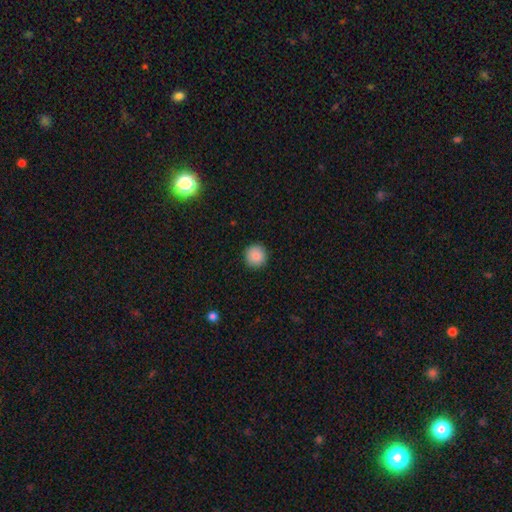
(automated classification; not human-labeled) Smooth or featured? smooth (88%)
How rounded? round (95%)
Merging? none (91%)